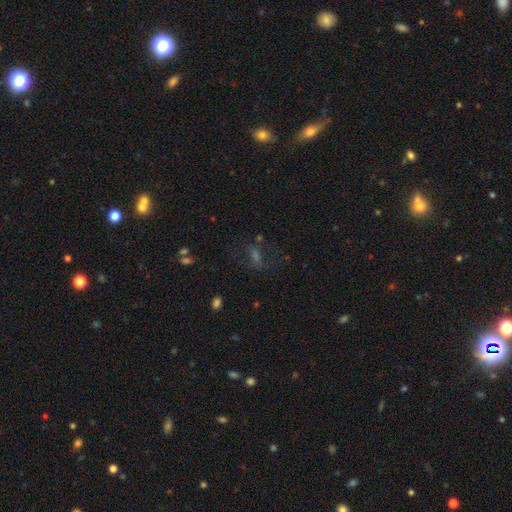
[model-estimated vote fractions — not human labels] smooth-or-featured: star or artifact: 39% | smooth: 34% | featured or disk: 27%